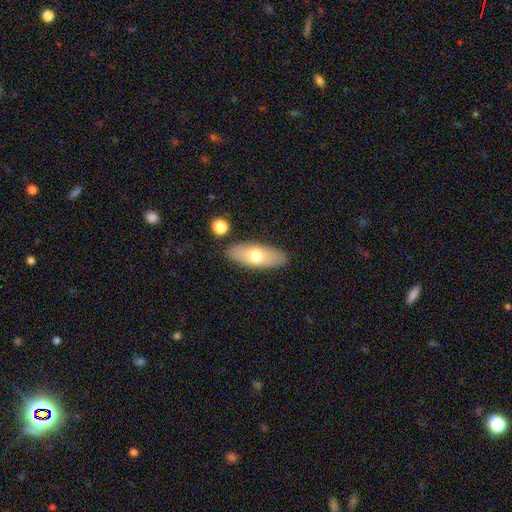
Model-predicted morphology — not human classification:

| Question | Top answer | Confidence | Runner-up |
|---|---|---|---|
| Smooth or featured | smooth | 65% | featured or disk (28%) |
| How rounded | in between | 75% | cigar-shaped (22%) |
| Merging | none | 84% | minor disturbance (10%) |